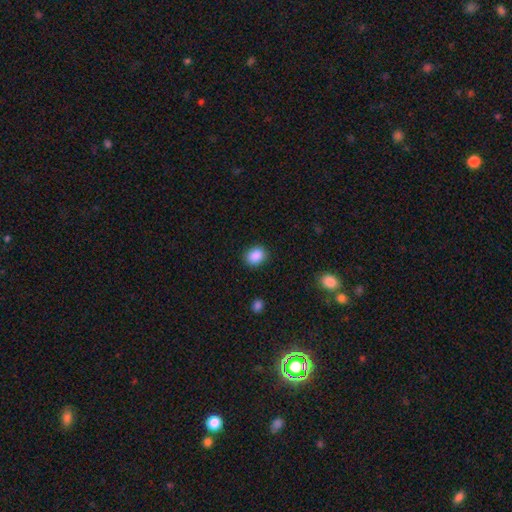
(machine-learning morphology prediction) Smooth or featured?
  - smooth: 88% *
  - star or artifact: 9%
  - featured or disk: 3%
How rounded?
  - in between: 52% *
  - round: 47%
  - cigar-shaped: 1%
Merging?
  - none: 87% *
  - minor disturbance: 9%
  - major disturbance: 3%
  - merger: 1%